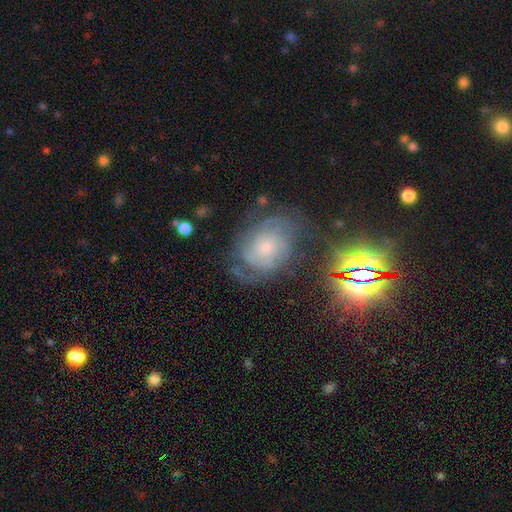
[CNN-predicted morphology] type=featured or disk (71%); edge-on=no (97%); bar=no (75%); spiral arms=yes (90%); winding=tight (54%); arm count=can't tell (37%); bulge=small (62%); merging=none (59%).